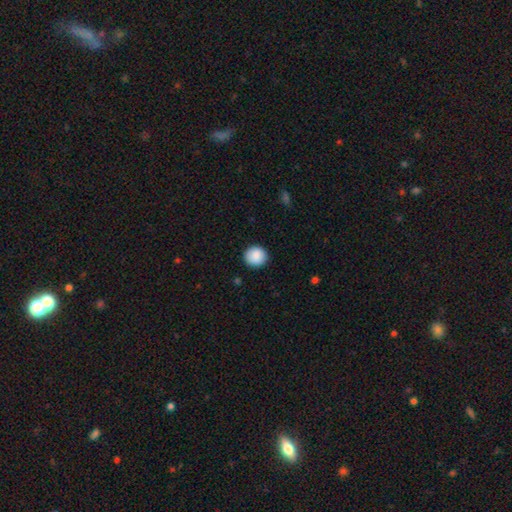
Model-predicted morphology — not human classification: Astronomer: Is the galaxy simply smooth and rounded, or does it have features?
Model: smooth — 89%.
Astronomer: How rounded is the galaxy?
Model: round — 91%.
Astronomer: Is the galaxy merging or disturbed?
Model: none — 91%.